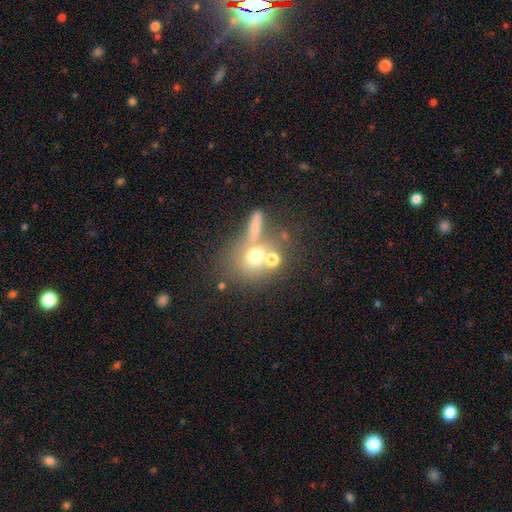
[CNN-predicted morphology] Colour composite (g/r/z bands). It shows a smooth galaxy with no disk features (62%) that is round (70%). Merging: none (42%).